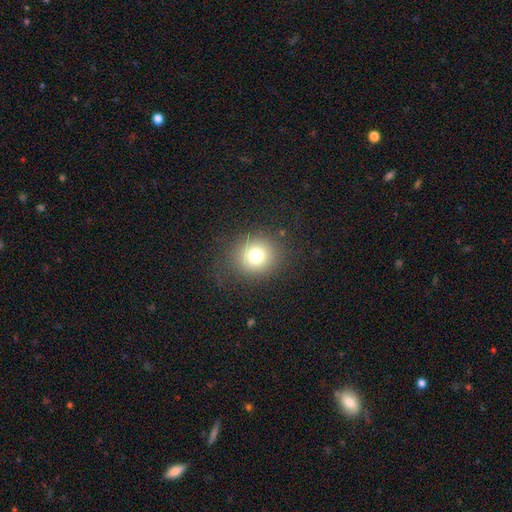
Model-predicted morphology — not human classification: Smooth or featured? Predicted: smooth (p=0.76). How rounded? Predicted: round (p=0.87). Merging? Predicted: none (p=0.84).